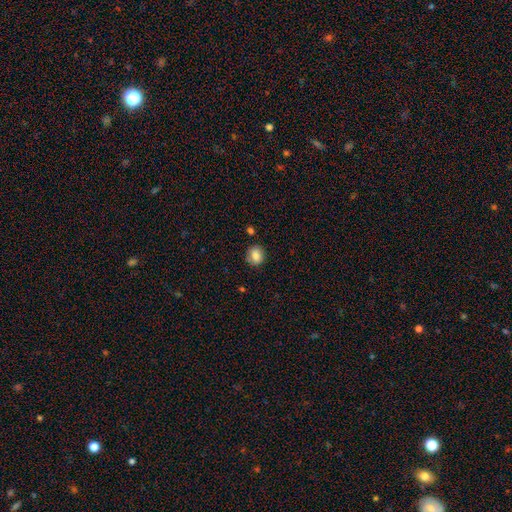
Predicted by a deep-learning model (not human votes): This is clearly a smooth galaxy (81%). How rounded: likely round (70%). Merging: clearly none (82%).